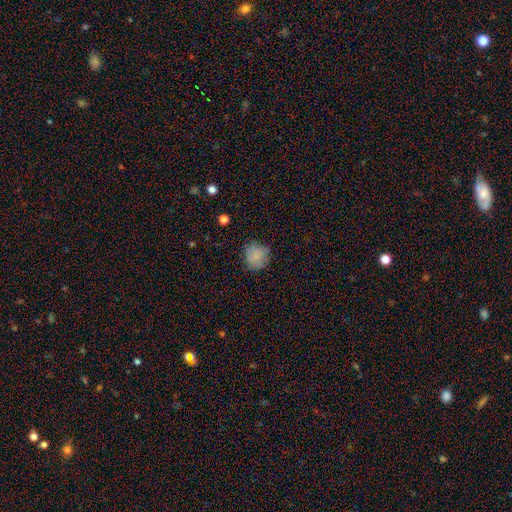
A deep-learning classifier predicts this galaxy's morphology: Smooth or featured?
  - smooth: 77% *
  - featured or disk: 12%
  - star or artifact: 11%
How rounded?
  - round: 86% *
  - in between: 13%
  - cigar-shaped: 1%
Merging?
  - none: 76% *
  - minor disturbance: 18%
  - major disturbance: 5%
  - merger: 1%